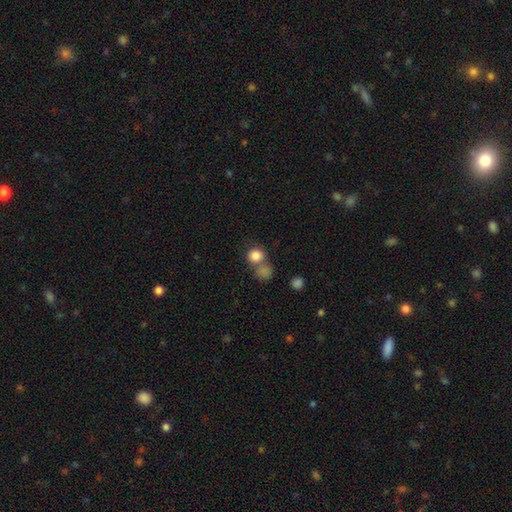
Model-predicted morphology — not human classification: This is clearly a smooth galaxy (83%). How rounded: clearly round (86%). Merging: possibly none (52%).